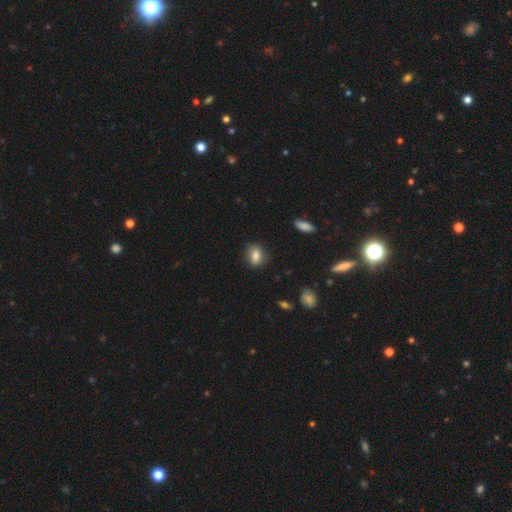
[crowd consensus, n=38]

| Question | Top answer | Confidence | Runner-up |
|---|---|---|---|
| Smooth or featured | smooth | 89% | star or artifact (8%) |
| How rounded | in between | 71% | round (29%) |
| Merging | none | 77% | minor disturbance (14%) |